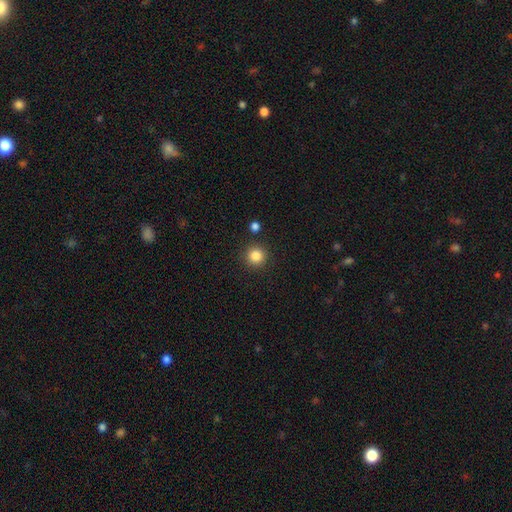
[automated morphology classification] smooth_or_featured: smooth (p=0.85) [alt: star or artifact p=0.11]
how_rounded: round (p=0.95) [alt: in between p=0.05]
merging: none (p=0.89) [alt: minor disturbance p=0.06]